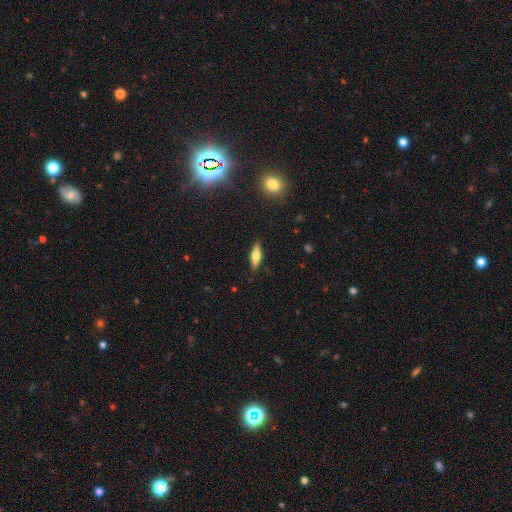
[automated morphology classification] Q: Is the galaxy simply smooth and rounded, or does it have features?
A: smooth — 59%.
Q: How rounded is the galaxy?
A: cigar-shaped — 54%.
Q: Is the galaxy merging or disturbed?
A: none — 87%.